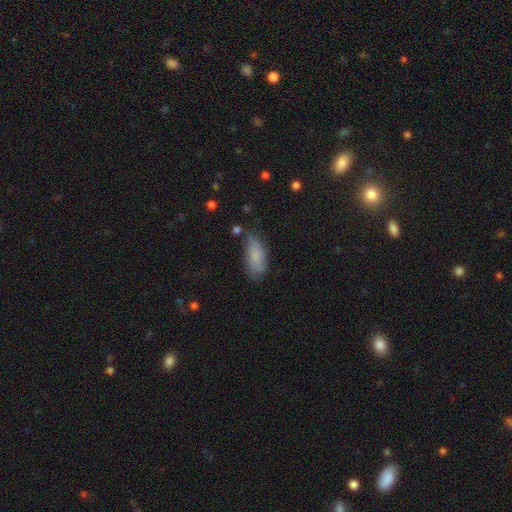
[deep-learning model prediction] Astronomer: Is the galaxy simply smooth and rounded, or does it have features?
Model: smooth — 77%.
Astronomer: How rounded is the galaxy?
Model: in between — 86%.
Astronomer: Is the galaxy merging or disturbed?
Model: none — 60%.